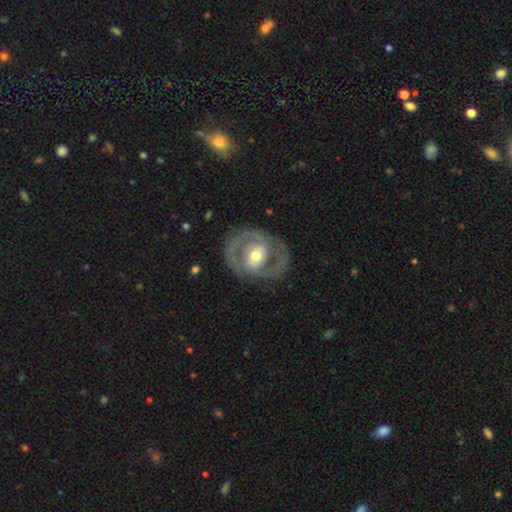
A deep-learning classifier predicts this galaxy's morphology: Smooth or featured? Predicted: featured or disk (p=0.80). Edge-on disk? Predicted: no (p=0.97). Bar? Predicted: no (p=0.43). Spiral arms? Predicted: yes (p=0.78). Spiral winding? Predicted: medium (p=0.45). Spiral arm count? Predicted: 2 (p=0.80). Bulge size? Predicted: moderate (p=0.72). Merging? Predicted: none (p=0.76).